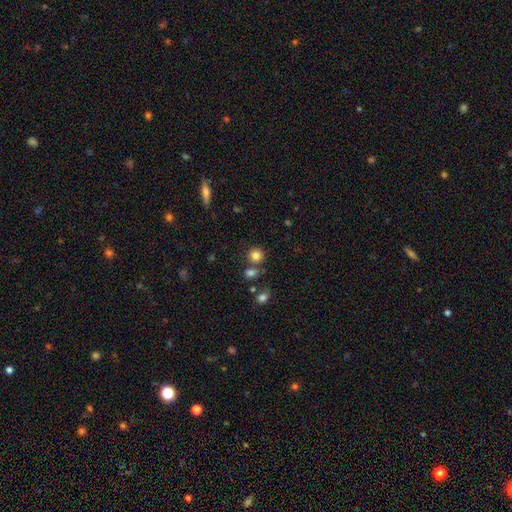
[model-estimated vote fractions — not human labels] Smooth or featured? smooth (82%)
How rounded? round (88%)
Merging? none (73%)